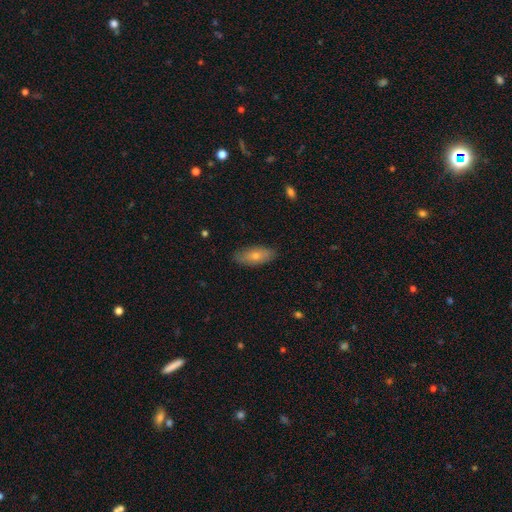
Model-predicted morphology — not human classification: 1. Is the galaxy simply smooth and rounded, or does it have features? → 71% smooth, 23% featured or disk, 6% star or artifact.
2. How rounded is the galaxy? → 84% in between, 13% cigar-shaped, 3% round.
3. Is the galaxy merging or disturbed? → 86% none, 11% minor disturbance, 2% major disturbance, 1% merger.